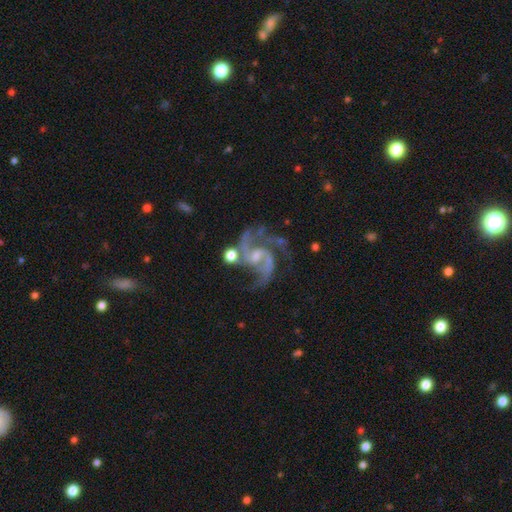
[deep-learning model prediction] A featured or disk galaxy (91%) with a weak bar (49%), 2 (62%) medium (58%) spiral arms (98%) and a small central bulge (57%). Merging: none (53%).